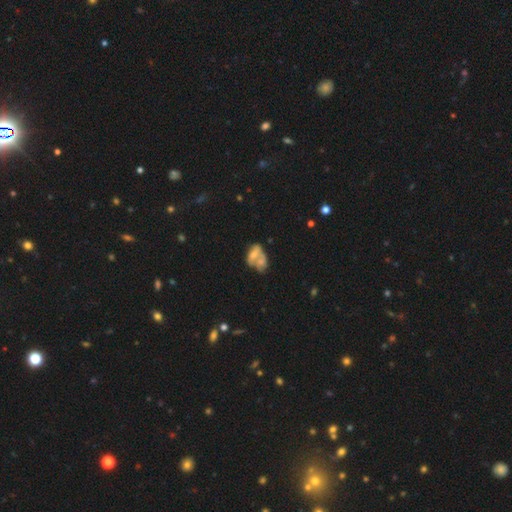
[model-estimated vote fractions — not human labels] Smooth or featured? smooth (52%)
How rounded? in between (83%)
Merging? merger (62%)